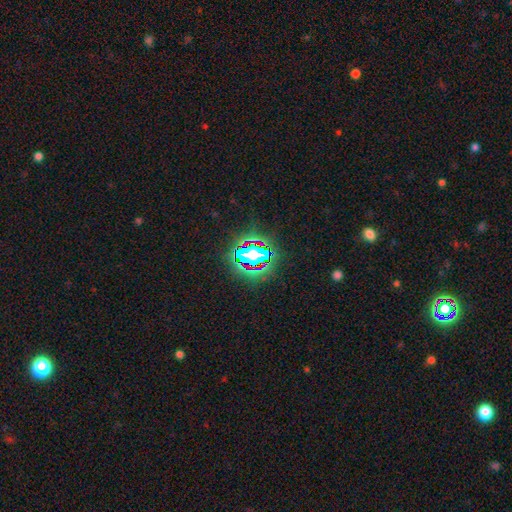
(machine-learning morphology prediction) star or artifact 65%, smooth 21%, featured or disk 13%.